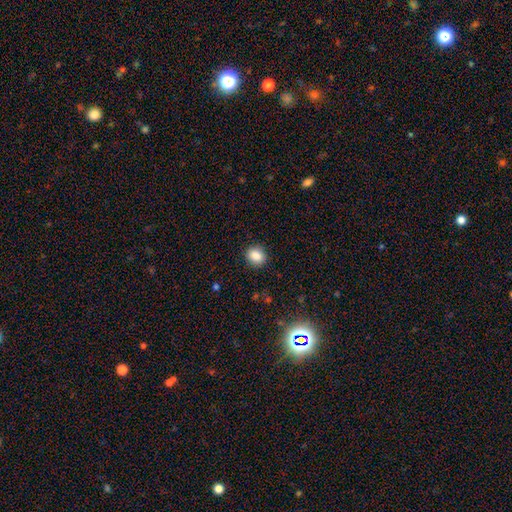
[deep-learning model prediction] Smooth or featured? smooth (87%)
How rounded? round (69%)
Merging? none (89%)